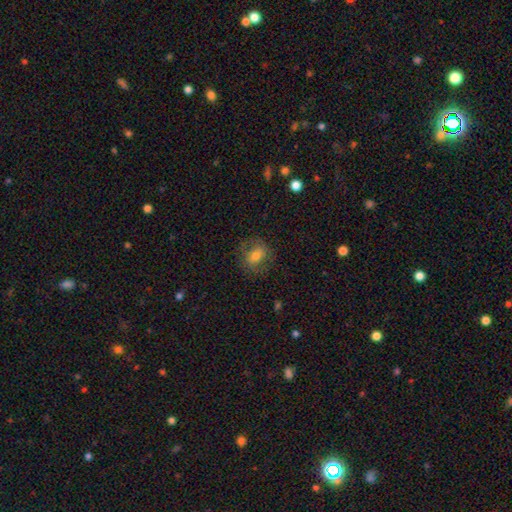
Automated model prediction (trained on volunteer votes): Morphology: type=smooth (60%); roundness=round (56%); merging=none (75%).